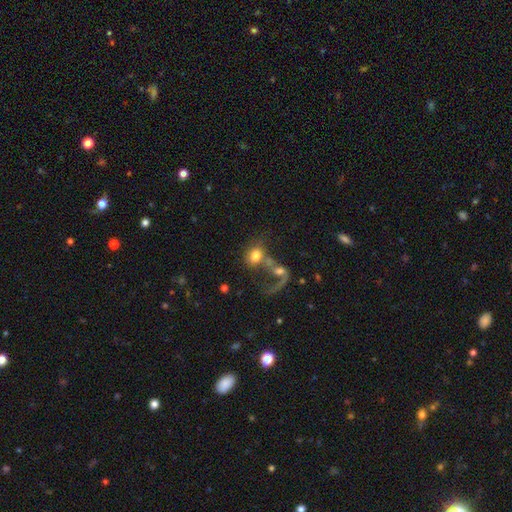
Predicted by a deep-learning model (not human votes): Smooth or featured? smooth (62%)
How rounded? round (51%)
Merging? merger (60%)